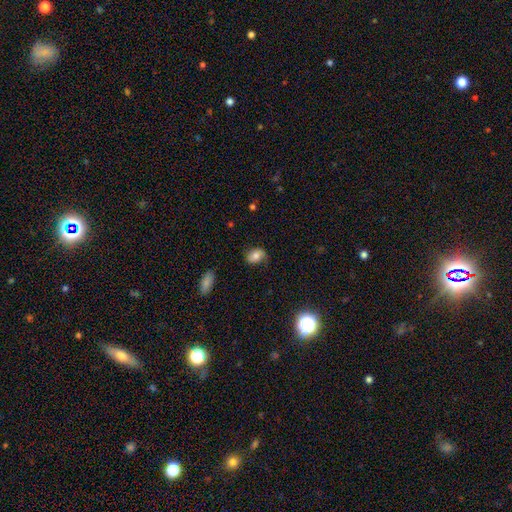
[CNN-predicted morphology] Smooth or featured? smooth (71%)
How rounded? in between (78%)
Merging? none (72%)